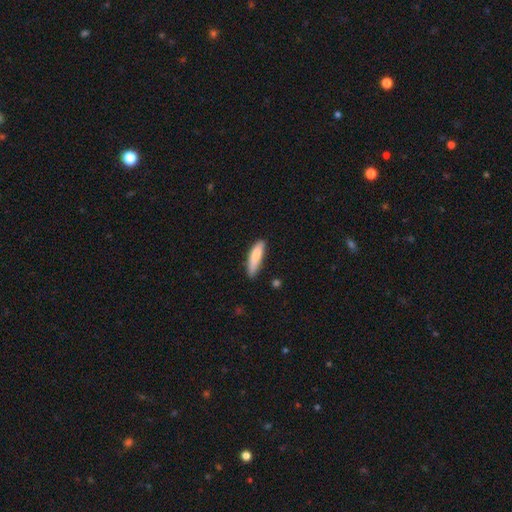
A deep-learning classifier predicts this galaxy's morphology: Overall: smooth (83%). How rounded: cigar-shaped (69%). Merging: none (74%).